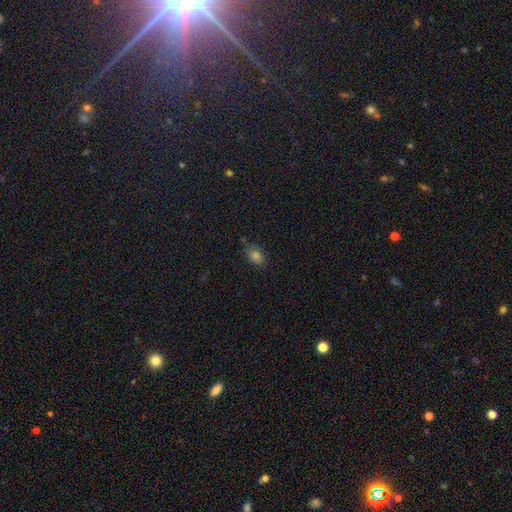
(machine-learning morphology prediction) This is likely a smooth galaxy (78%). How rounded: likely in between (75%). Merging: likely none (69%).